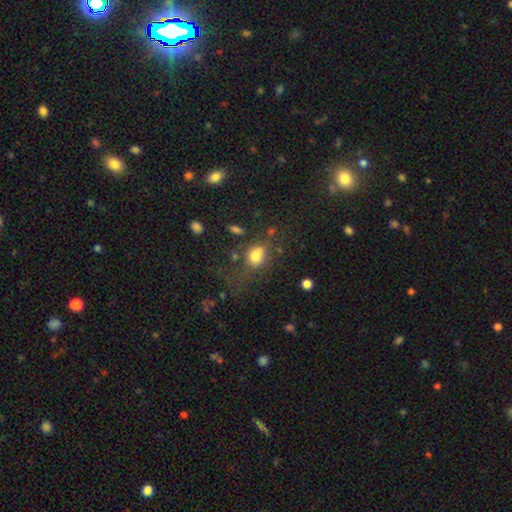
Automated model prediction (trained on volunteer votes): Morphology: type=smooth (74%); roundness=in between (59%); merging=none (40%).